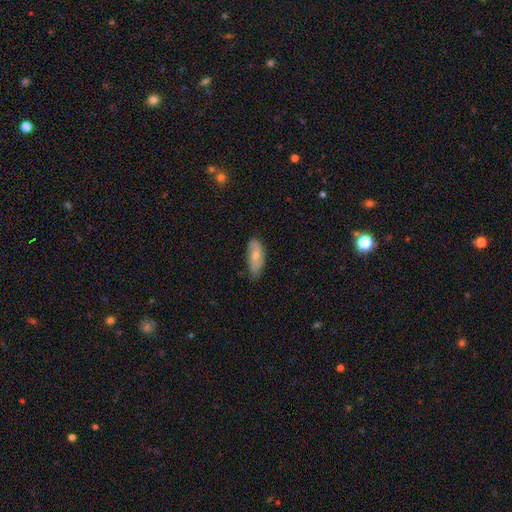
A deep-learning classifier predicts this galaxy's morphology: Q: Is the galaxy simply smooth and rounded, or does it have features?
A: smooth — 59%.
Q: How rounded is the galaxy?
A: in between — 80%.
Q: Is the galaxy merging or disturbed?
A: none — 69%.